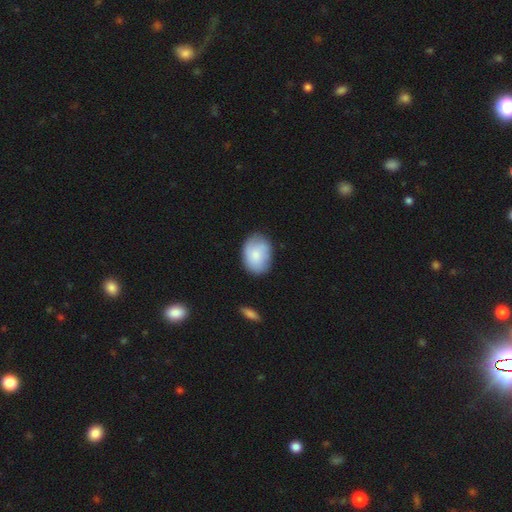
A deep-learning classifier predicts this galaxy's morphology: Overall: smooth (76%). How rounded: in between (74%). Merging: none (74%).